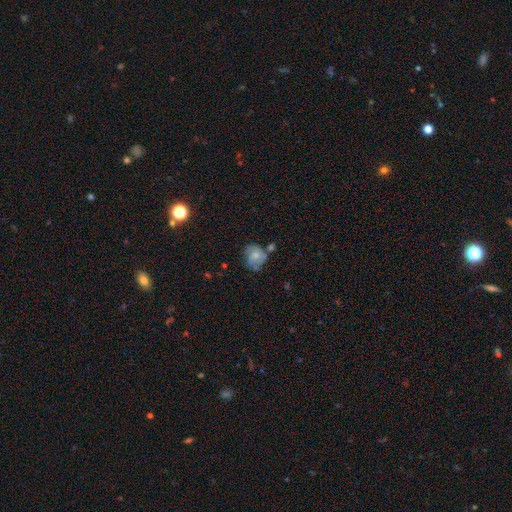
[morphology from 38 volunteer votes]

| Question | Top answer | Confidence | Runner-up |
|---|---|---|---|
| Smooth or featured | featured or disk | 53% | smooth (45%) |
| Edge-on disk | no | 90% | yes (10%) |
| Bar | no | 94% | weak (6%) |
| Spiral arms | yes | 72% | no (28%) |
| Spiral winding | tight | 85% | medium (15%) |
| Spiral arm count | can't tell | 46% | 2 (31%) |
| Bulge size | small | 44% | moderate (33%) |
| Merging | none | 54% | minor disturbance (27%) |